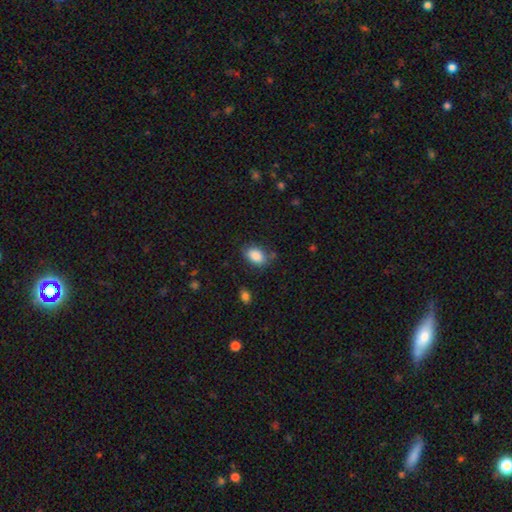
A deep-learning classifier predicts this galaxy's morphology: A smooth galaxy with no disk features (86%) that is in between round and cigar-shaped (88%).

Vote fractions:
- Smooth or featured? smooth: 86% / star or artifact: 7% / featured or disk: 6%
- How rounded? in between: 88% / round: 11% / cigar-shaped: 1%
- Merging? none: 71% / minor disturbance: 21% / major disturbance: 5% / merger: 3%